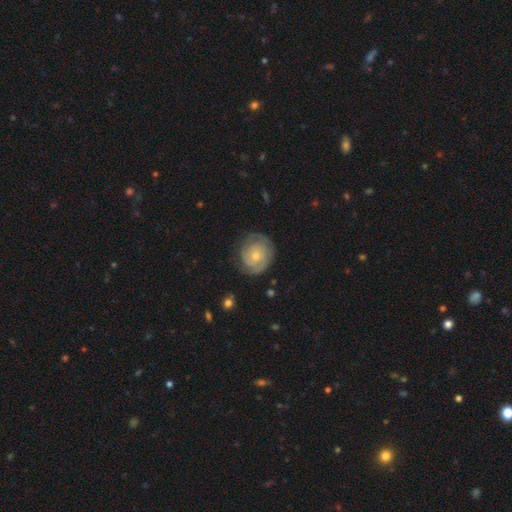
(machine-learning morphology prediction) Smooth or featured: featured or disk — 61% (smooth — 33%)
Edge-on disk: no — 97% (yes — 3%)
Bar: no — 81% (weak — 17%)
Spiral arms: yes — 85% (no — 15%)
Spiral winding: tight — 67% (medium — 24%)
Spiral arm count: can't tell — 38% (2 — 35%)
Bulge size: small — 65% (moderate — 30%)
Merging: none — 72% (minor disturbance — 19%)